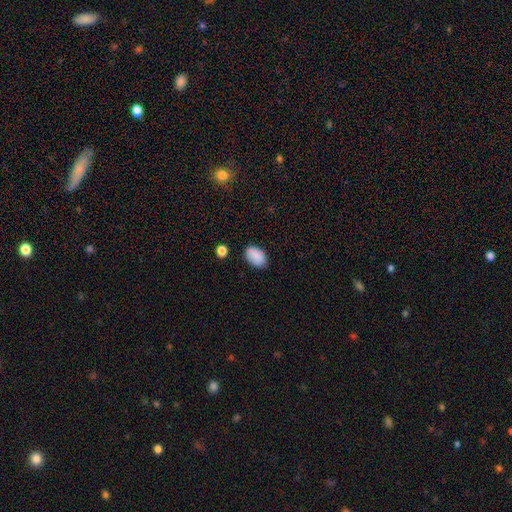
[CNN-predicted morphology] This is clearly a smooth galaxy (88%). How rounded: clearly in between (89%). Merging: clearly none (80%).